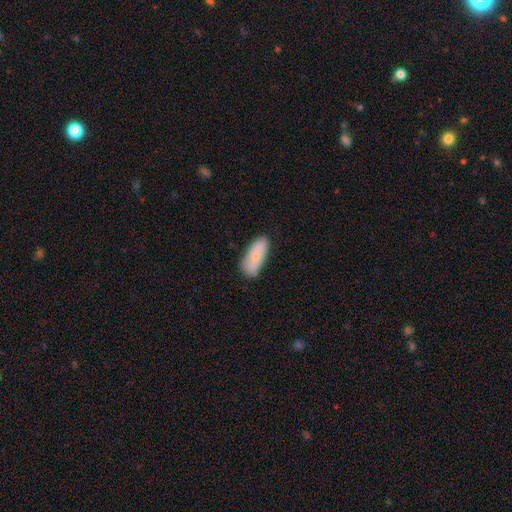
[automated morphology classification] smooth 77%, featured or disk 17%, star or artifact 6%. Down the decision tree: how rounded — in between (77%); merging — none (79%).